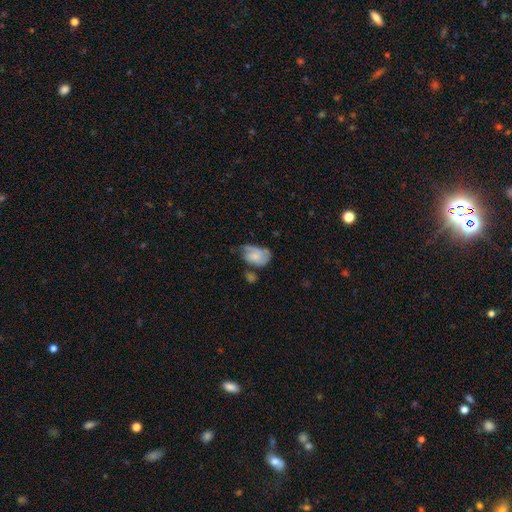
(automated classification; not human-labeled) featured or disk 47%, smooth 46%, star or artifact 8%. Down the decision tree: merging — minor disturbance (31%).